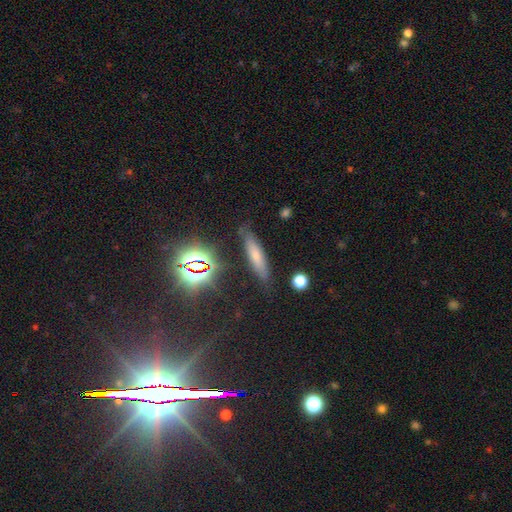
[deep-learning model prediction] A smooth galaxy with no disk features (60%) that is cigar-shaped (78%).

Vote fractions:
- Smooth or featured? smooth: 60% / featured or disk: 23% / star or artifact: 17%
- How rounded? cigar-shaped: 78% / in between: 20% / round: 3%
- Merging? none: 81% / minor disturbance: 13% / major disturbance: 4% / merger: 3%